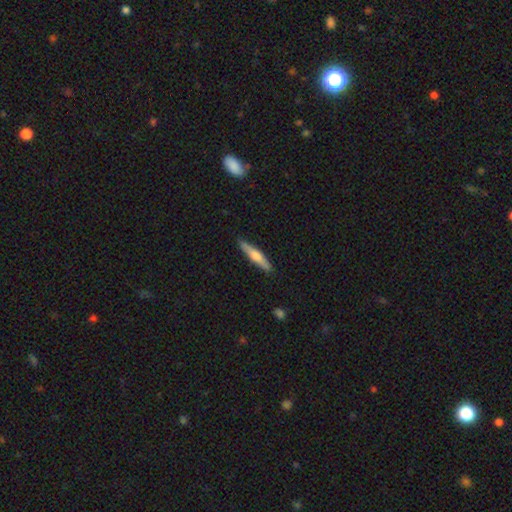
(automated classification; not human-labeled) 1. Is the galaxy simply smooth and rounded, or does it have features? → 48% smooth, 47% featured or disk, 5% star or artifact.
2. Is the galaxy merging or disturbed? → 89% none, 8% minor disturbance, 1% major disturbance, 1% merger.